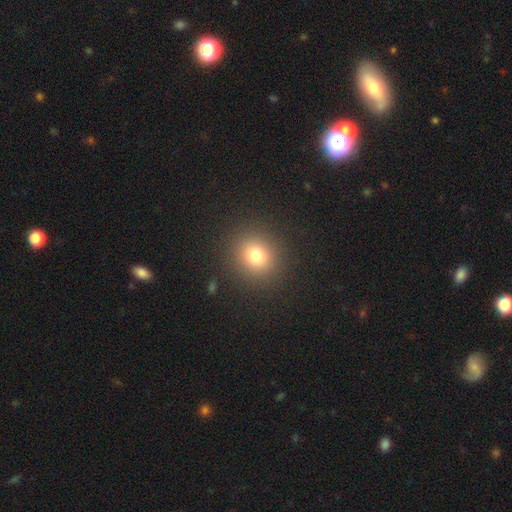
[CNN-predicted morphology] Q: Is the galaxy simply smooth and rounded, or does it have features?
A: smooth — 78%.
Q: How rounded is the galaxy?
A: round — 86%.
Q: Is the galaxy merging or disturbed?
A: none — 90%.